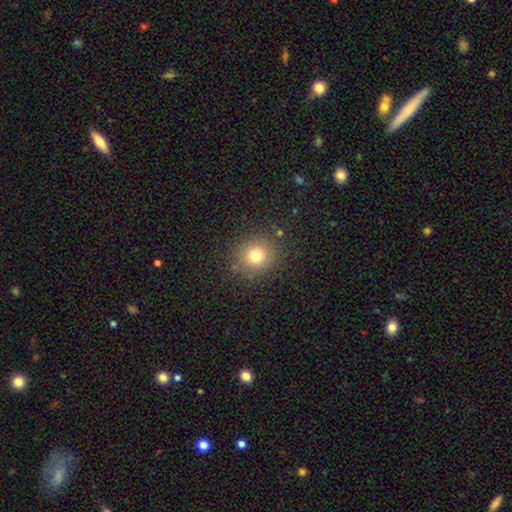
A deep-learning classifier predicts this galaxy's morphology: smooth_or_featured: smooth (p=0.75) [alt: star or artifact p=0.17]
how_rounded: round (p=0.90) [alt: in between p=0.09]
merging: none (p=0.86) [alt: minor disturbance p=0.08]